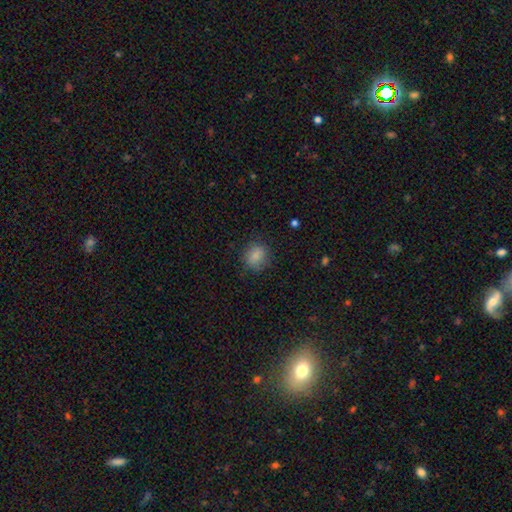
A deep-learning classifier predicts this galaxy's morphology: smooth 84%, star or artifact 9%, featured or disk 7%. Down the decision tree: how rounded — round (72%); merging — none (79%).